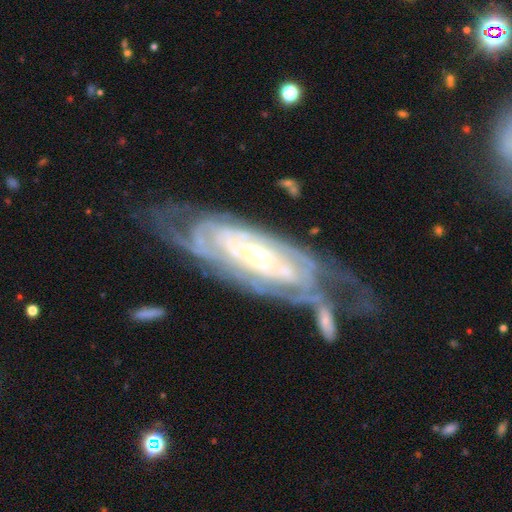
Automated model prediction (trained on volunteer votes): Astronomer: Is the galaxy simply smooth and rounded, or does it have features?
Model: featured or disk — 87%.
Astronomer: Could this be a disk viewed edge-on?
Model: no — 89%.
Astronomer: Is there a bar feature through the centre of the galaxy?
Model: no — 59%.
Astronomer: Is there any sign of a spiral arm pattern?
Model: yes — 92%.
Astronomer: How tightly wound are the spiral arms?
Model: tight — 78%.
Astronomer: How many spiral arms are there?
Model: can't tell — 53%.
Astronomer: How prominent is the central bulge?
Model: small — 50% (runner-up: moderate, 43%).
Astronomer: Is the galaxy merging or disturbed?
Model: none — 44% (runner-up: minor disturbance, 22%).